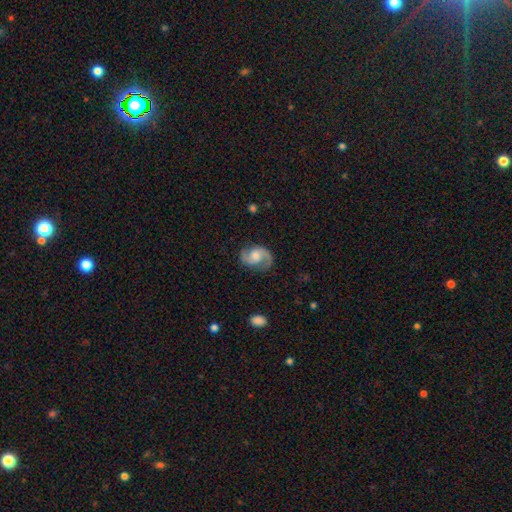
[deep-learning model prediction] Q: Smooth or featured?
A: featured or disk (85%); runner-up: smooth (10%)
Q: Edge-on disk?
A: no (98%); runner-up: yes (2%)
Q: Bar?
A: no (57%); runner-up: weak (36%)
Q: Spiral arms?
A: yes (97%); runner-up: no (3%)
Q: Spiral winding?
A: medium (52%); runner-up: loose (30%)
Q: Spiral arm count?
A: 2 (89%); runner-up: 1 (5%)
Q: Bulge size?
A: moderate (57%); runner-up: small (32%)
Q: Merging?
A: none (78%); runner-up: minor disturbance (15%)